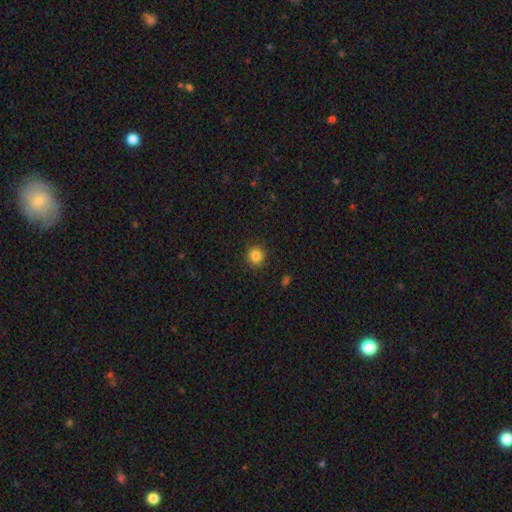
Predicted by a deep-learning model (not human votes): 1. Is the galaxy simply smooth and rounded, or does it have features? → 84% smooth, 11% star or artifact, 4% featured or disk.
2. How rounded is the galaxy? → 93% round, 6% in between, 1% cigar-shaped.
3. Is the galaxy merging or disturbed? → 90% none, 6% minor disturbance, 2% major disturbance, 1% merger.